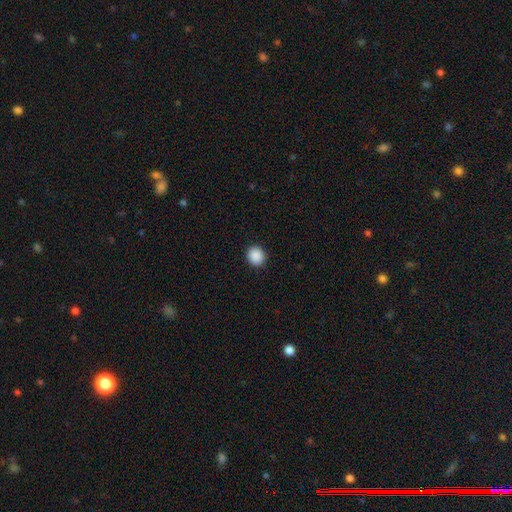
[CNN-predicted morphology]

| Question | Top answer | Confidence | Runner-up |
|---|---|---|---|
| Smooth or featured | smooth | 90% | star or artifact (8%) |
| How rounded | round | 85% | in between (14%) |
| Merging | none | 92% | minor disturbance (5%) |